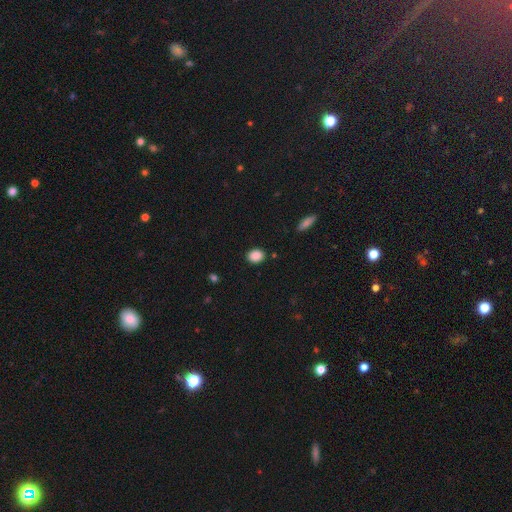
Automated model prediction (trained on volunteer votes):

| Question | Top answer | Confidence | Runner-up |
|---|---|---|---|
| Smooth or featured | smooth | 88% | star or artifact (9%) |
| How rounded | in between | 51% | round (48%) |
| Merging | none | 87% | minor disturbance (9%) |